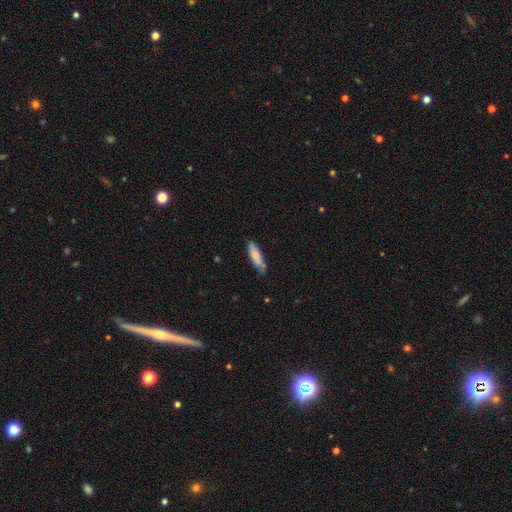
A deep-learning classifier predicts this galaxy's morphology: smooth_or_featured: smooth (p=0.64) [alt: featured or disk p=0.30]
how_rounded: cigar-shaped (p=0.59) [alt: in between p=0.39]
merging: none (p=0.73) [alt: minor disturbance p=0.19]